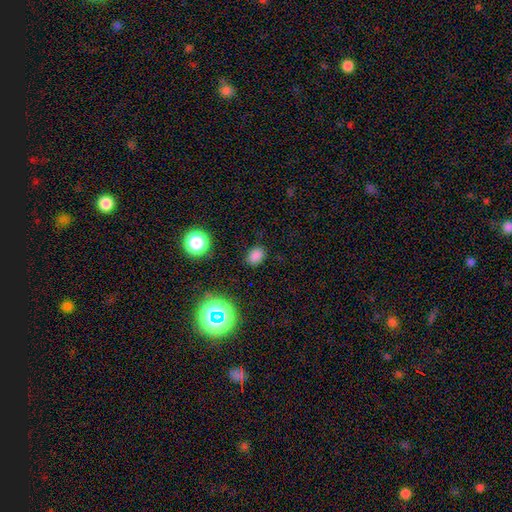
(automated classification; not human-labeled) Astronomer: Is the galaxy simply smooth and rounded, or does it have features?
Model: smooth — 76%.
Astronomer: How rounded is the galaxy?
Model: in between — 64%.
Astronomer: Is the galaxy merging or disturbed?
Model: none — 83%.